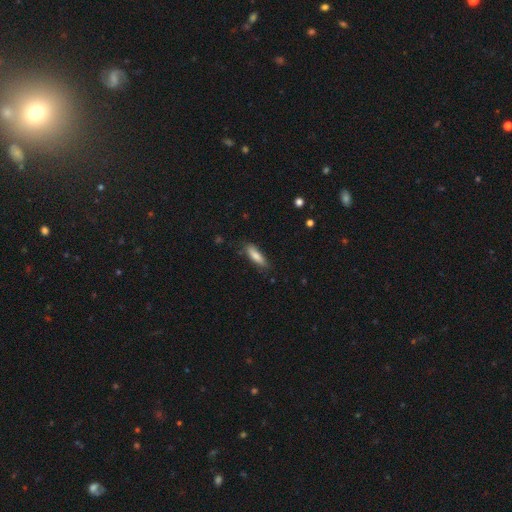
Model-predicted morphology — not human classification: This is likely a smooth galaxy (80%). How rounded: possibly cigar-shaped (58%). Merging: likely none (77%).